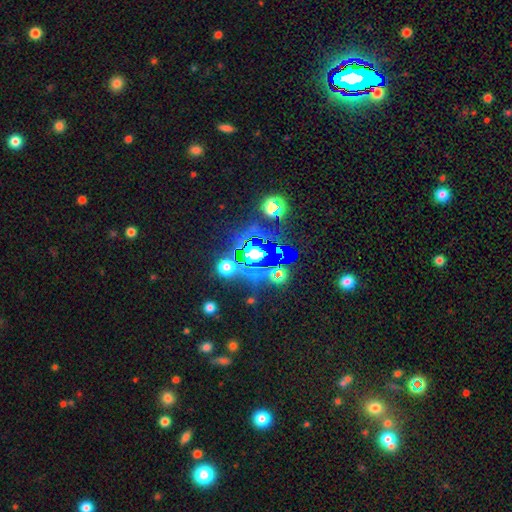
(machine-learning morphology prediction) Q: Smooth or featured?
A: star or artifact (69%); runner-up: smooth (18%)